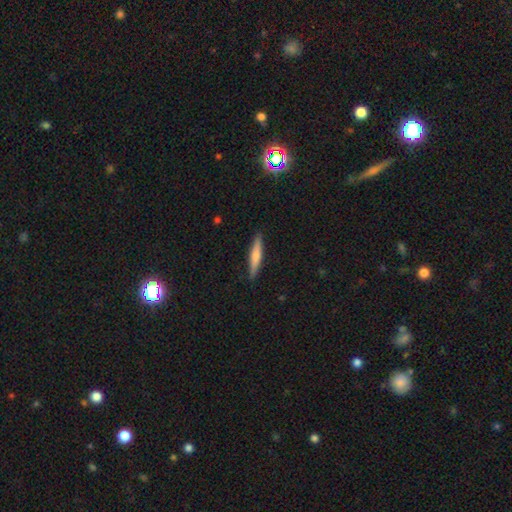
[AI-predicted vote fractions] Overall: smooth (62%; featured or disk 33%). How rounded: cigar-shaped (90%). Merging: none (89%).